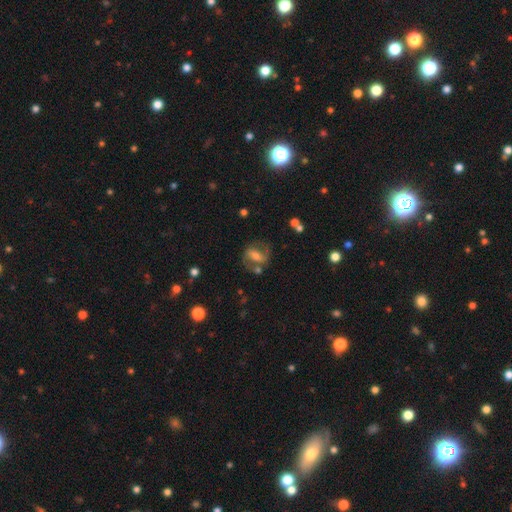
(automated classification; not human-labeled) This is possibly a featured or disk galaxy (57%). It is clearly not viewed edge-on (93%). Bar: marginally strong (43%). Spiral arm pattern: likely yes (72%). Central bulge: possibly moderate (52%). Merging: likely none (64%).